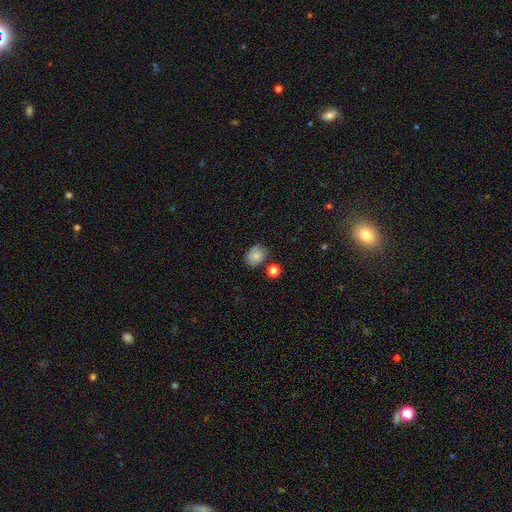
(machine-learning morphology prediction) This appears to be a smooth galaxy with no disk features (79%) that is in between round and cigar-shaped (57%). Merging: none (68%).